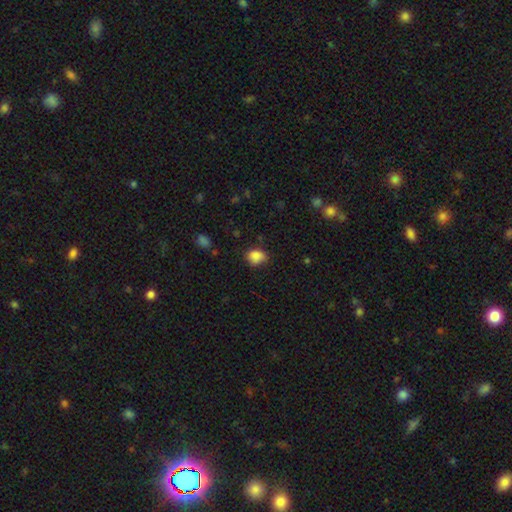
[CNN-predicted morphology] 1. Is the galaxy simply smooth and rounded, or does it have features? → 84% smooth, 10% star or artifact, 6% featured or disk.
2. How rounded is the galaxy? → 50% round, 49% in between, 1% cigar-shaped.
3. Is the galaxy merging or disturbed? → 62% none, 29% minor disturbance, 6% major disturbance, 2% merger.